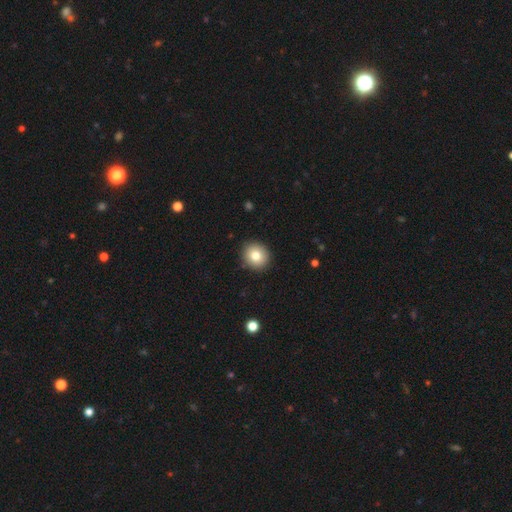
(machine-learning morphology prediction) type=smooth (80%); roundness=round (88%); merging=none (91%).